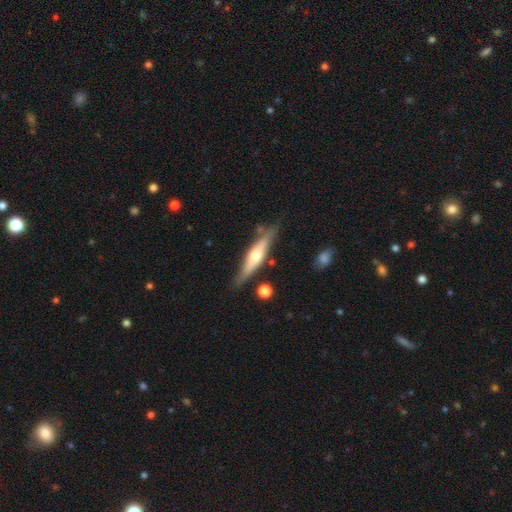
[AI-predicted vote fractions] smooth-or-featured: featured or disk: 59% | smooth: 35% | star or artifact: 6%
  disk-edge-on: yes: 93% | no: 7%
    edge-on-bulge: rounded: 87% | boxy: 7% | none: 5%
  merging: none: 78% | minor disturbance: 14% | merger: 5% | major disturbance: 3%